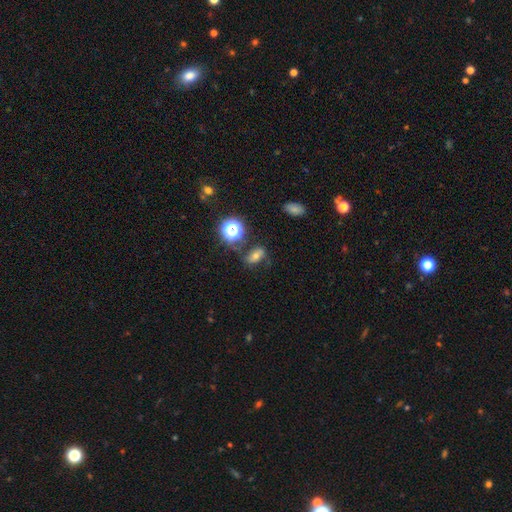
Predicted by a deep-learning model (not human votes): Smooth or featured?
  - smooth: 48% *
  - featured or disk: 30%
  - star or artifact: 21%
Merging?
  - none: 62% *
  - minor disturbance: 21%
  - major disturbance: 12%
  - merger: 6%